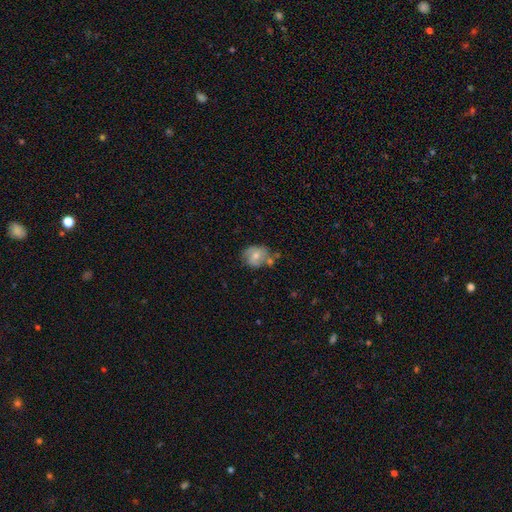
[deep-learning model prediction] smooth-or-featured: smooth: 54% | featured or disk: 37% | star or artifact: 9%
  how-rounded: round: 60% | in between: 39% | cigar-shaped: 1%
  merging: none: 54% | minor disturbance: 24% | merger: 14% | major disturbance: 8%